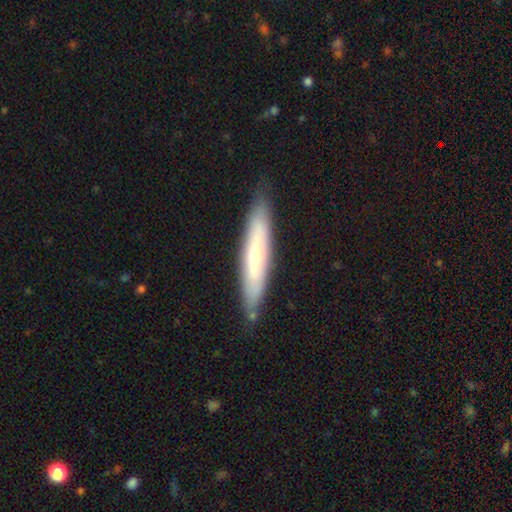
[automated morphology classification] Smooth or featured?
  - smooth: 50% *
  - featured or disk: 44%
  - star or artifact: 6%
Merging?
  - none: 84% *
  - minor disturbance: 12%
  - major disturbance: 2%
  - merger: 2%